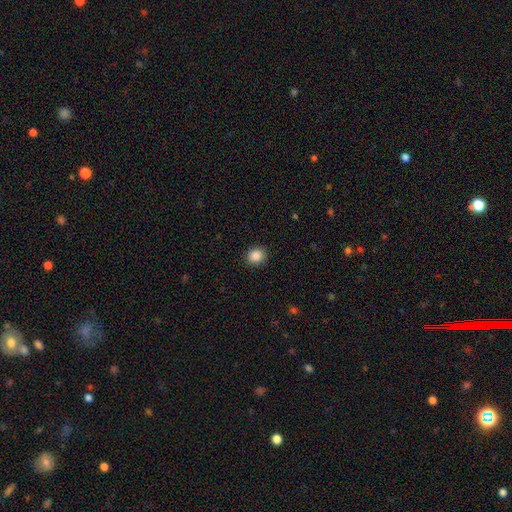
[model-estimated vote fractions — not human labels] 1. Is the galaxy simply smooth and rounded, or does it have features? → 87% smooth, 10% star or artifact, 4% featured or disk.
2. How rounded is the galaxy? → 84% round, 15% in between, 1% cigar-shaped.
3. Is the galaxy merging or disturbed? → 91% none, 6% minor disturbance, 2% major disturbance, 1% merger.